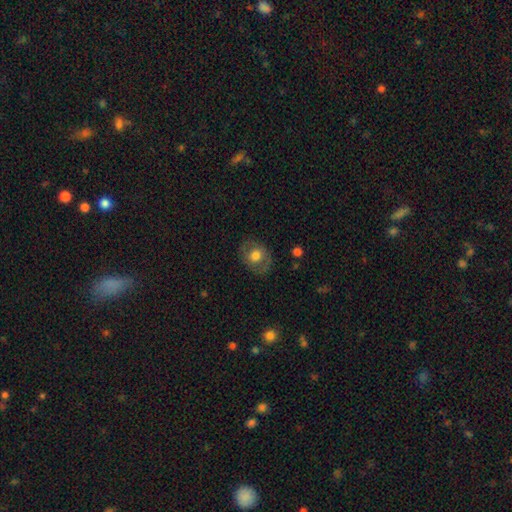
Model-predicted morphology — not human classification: Smooth or featured? smooth (60%)
How rounded? round (56%)
Merging? none (80%)